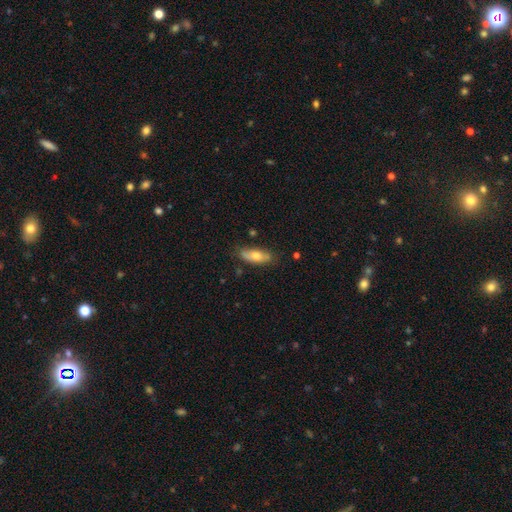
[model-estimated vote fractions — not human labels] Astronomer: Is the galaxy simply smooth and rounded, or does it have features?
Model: smooth — 63%.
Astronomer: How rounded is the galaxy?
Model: in between — 70%.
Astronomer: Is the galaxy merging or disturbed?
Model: none — 75%.